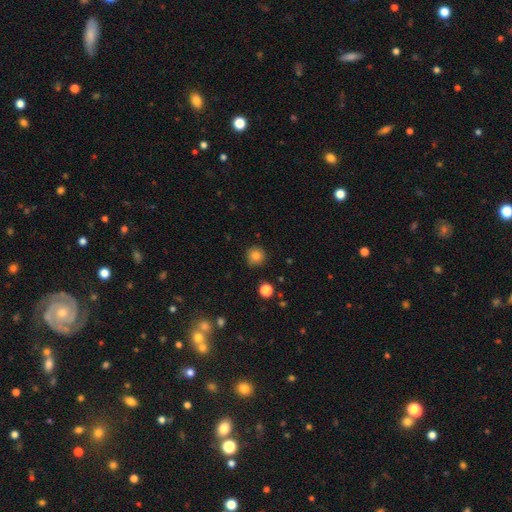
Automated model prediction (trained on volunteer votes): Overall: smooth (82%). How rounded: round (94%). Merging: none (88%).